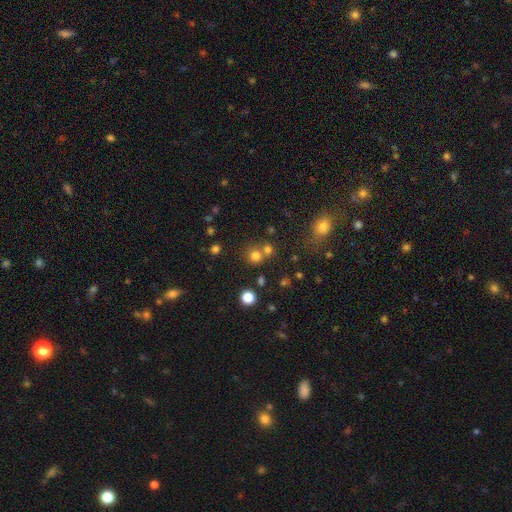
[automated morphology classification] A smooth galaxy with no disk features (74%) that is round (90%).

Vote fractions:
- Smooth or featured? smooth: 74% / star or artifact: 19% / featured or disk: 8%
- How rounded? round: 90% / in between: 10% / cigar-shaped: 1%
- Merging? none: 60% / merger: 30% / minor disturbance: 6% / major disturbance: 3%